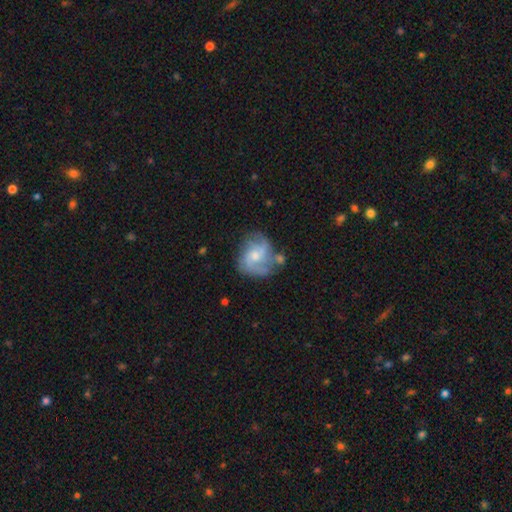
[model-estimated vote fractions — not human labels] A featured or disk galaxy (76%) with no bar (61%), 2 (33%, tied with 3) medium (48%) spiral arms (92%) and a moderate central bulge (49%).

Vote fractions:
- Smooth or featured? featured or disk: 76% / smooth: 17% / star or artifact: 7%
- Edge-on disk? no: 98% / yes: 2%
- Bar? no: 61% / weak: 34% / strong: 5%
- Spiral arms? yes: 92% / no: 8%
- Spiral winding? medium: 48% / loose: 27% / tight: 26%
- Spiral arm count? 2: 33% (tied) / 3: 33% (tied) / can't tell: 18% / 4: 7% / 1: 5% / more than 4: 4%
- Bulge size? moderate: 49% / small: 41% / none: 5% / large: 4% / dominant: 1%
- Merging? none: 59% / minor disturbance: 21% / major disturbance: 12% / merger: 8%